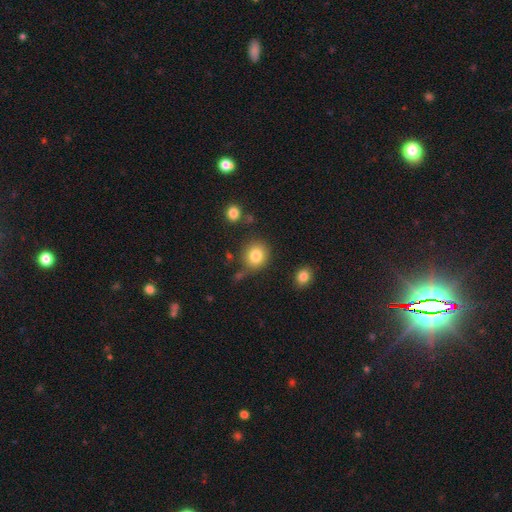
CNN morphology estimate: Smooth or featured?
  - smooth: 82% *
  - star or artifact: 10%
  - featured or disk: 8%
How rounded?
  - round: 84% *
  - in between: 15%
  - cigar-shaped: 1%
Merging?
  - none: 75% *
  - minor disturbance: 14%
  - merger: 7%
  - major disturbance: 5%